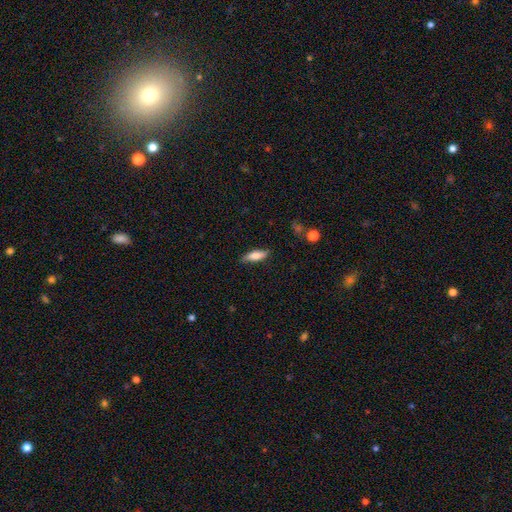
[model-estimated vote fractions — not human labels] smooth 79%, featured or disk 14%, star or artifact 6%. Down the decision tree: how rounded — in between (51%); merging — none (80%).